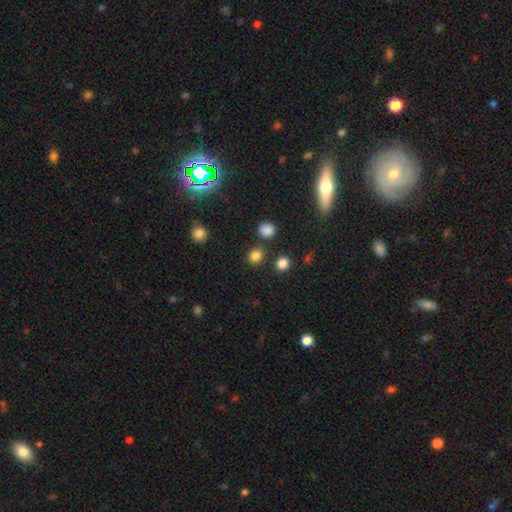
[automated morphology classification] smooth-or-featured: smooth: 82% | star or artifact: 14% | featured or disk: 4%
  how-rounded: round: 86% | in between: 13% | cigar-shaped: 1%
  merging: none: 81% | merger: 9% | minor disturbance: 7% | major disturbance: 3%